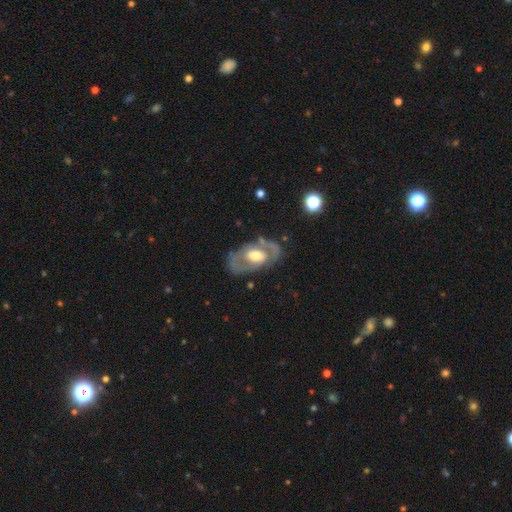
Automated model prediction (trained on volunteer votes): smooth-or-featured: featured or disk: 72% | smooth: 23% | star or artifact: 5%
  disk-edge-on: no: 93% | yes: 7%
    bar: no: 53% | weak: 33% | strong: 14%
    has-spiral-arms: yes: 55% | no: 45%
    bulge-size: moderate: 58% | large: 30% | small: 9% | dominant: 2% | none: 1%
  merging: none: 68% | minor disturbance: 19% | major disturbance: 10% | merger: 3%